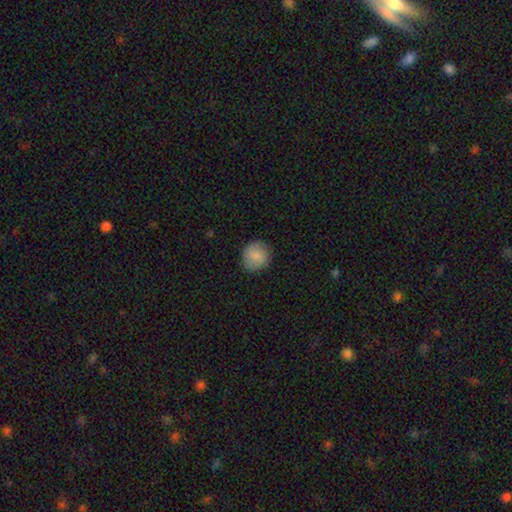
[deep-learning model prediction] Q: Smooth or featured?
A: smooth (84%); runner-up: featured or disk (9%)
Q: How rounded?
A: round (82%); runner-up: in between (17%)
Q: Merging?
A: none (84%); runner-up: minor disturbance (12%)